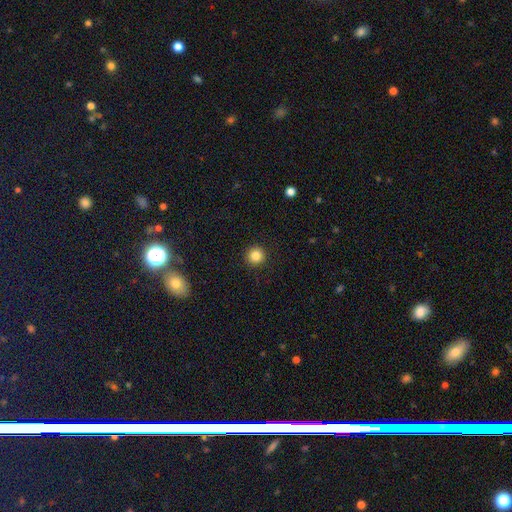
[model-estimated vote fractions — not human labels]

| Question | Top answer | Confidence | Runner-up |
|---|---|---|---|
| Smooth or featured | smooth | 85% | star or artifact (11%) |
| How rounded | round | 95% | in between (4%) |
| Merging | none | 92% | minor disturbance (5%) |